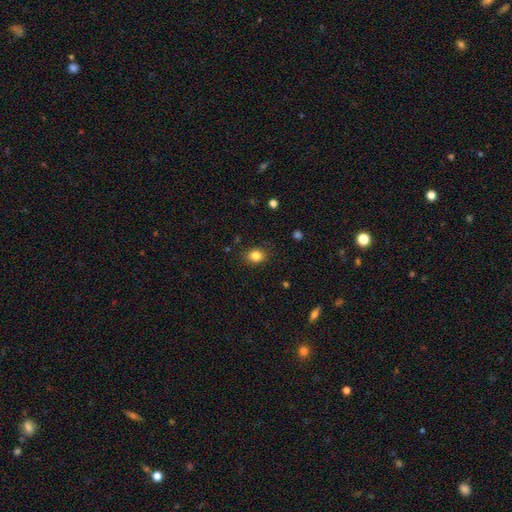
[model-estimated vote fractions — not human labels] Smooth or featured: smooth — 84% (star or artifact — 11%)
How rounded: round — 53% (in between — 46%)
Merging: none — 86% (minor disturbance — 10%)